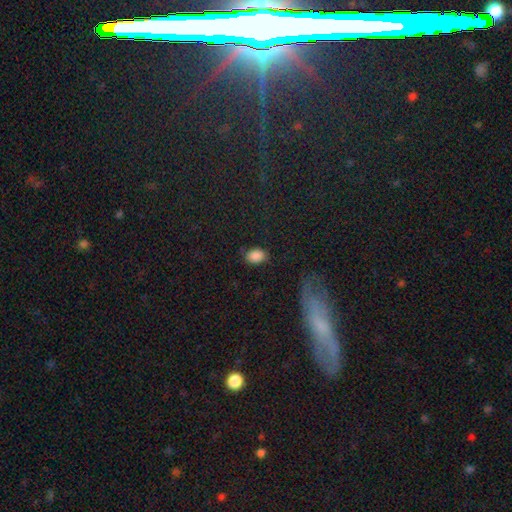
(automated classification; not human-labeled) Smooth or featured?
  - smooth: 86% *
  - star or artifact: 10%
  - featured or disk: 5%
How rounded?
  - in between: 77% *
  - round: 22%
  - cigar-shaped: 1%
Merging?
  - none: 76% *
  - minor disturbance: 17%
  - major disturbance: 5%
  - merger: 2%